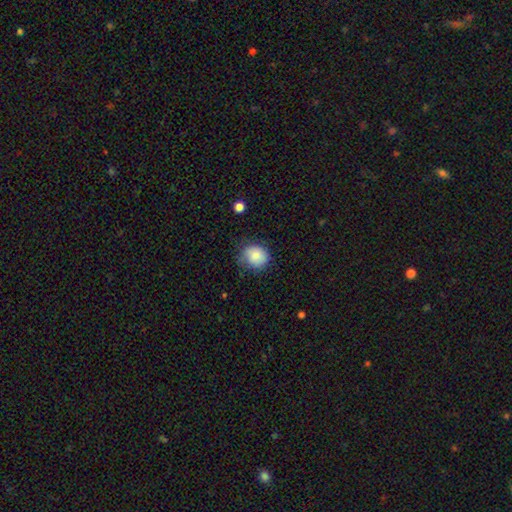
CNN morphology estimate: smooth_or_featured: smooth (p=0.84) [alt: star or artifact p=0.08]
how_rounded: round (p=0.75) [alt: in between p=0.24]
merging: none (p=0.69) [alt: minor disturbance p=0.24]